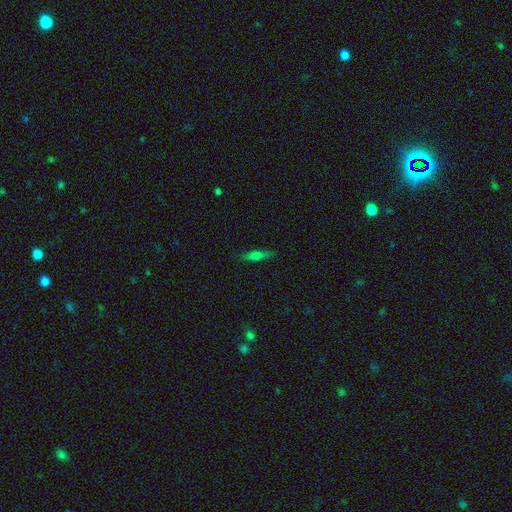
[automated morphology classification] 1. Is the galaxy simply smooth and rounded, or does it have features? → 65% smooth, 24% featured or disk, 11% star or artifact.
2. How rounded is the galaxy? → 66% cigar-shaped, 31% in between, 3% round.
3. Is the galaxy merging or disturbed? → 82% none, 14% minor disturbance, 3% major disturbance, 1% merger.